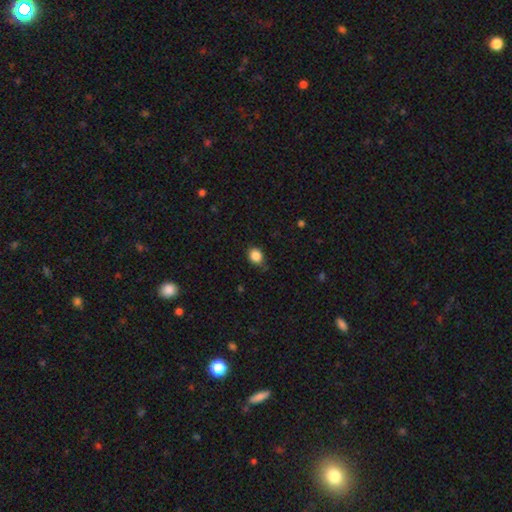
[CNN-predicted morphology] The model was most divided on "how rounded": round: 71%, in between: 28%, cigar-shaped: 1%. More confident: smooth or featured — smooth (86%); merging — none (77%).